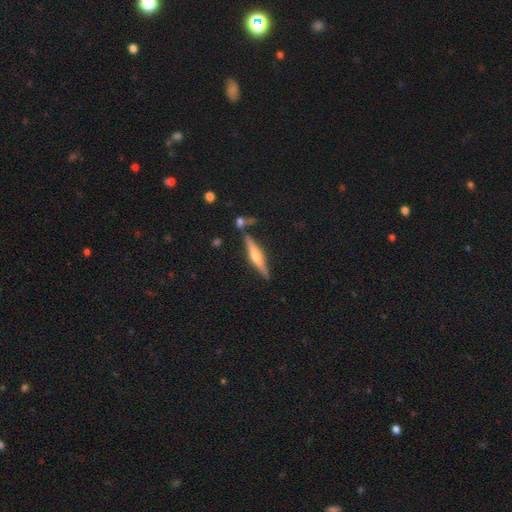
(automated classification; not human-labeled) Overall: featured or disk (69%). Edge-on disk: yes (97%). Edge-on bulge: rounded (86%). Merging: none (84%).